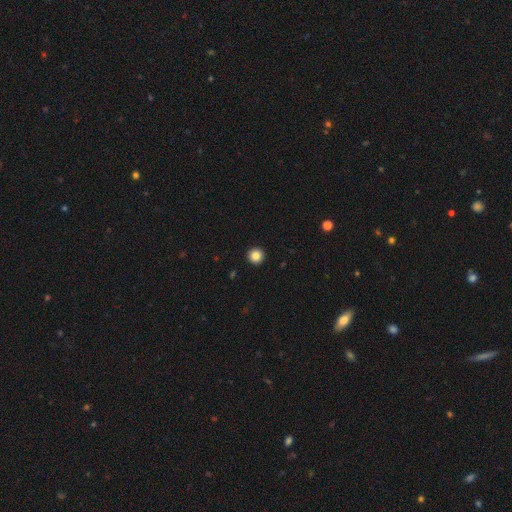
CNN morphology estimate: Q: Smooth or featured?
A: smooth (86%); runner-up: star or artifact (10%)
Q: How rounded?
A: round (96%); runner-up: in between (3%)
Q: Merging?
A: none (94%); runner-up: minor disturbance (3%)